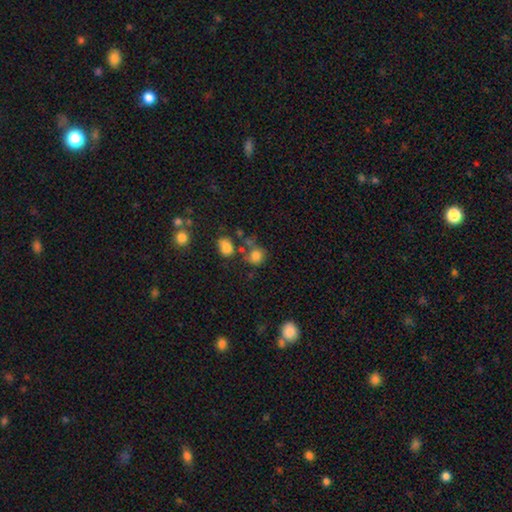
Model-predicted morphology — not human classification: A smooth galaxy with no disk features (80%) that is round (78%).

Vote fractions:
- Smooth or featured? smooth: 80% / star or artifact: 12% / featured or disk: 8%
- How rounded? round: 78% / in between: 21% / cigar-shaped: 1%
- Merging? none: 58% / merger: 19% / minor disturbance: 16% / major disturbance: 7%